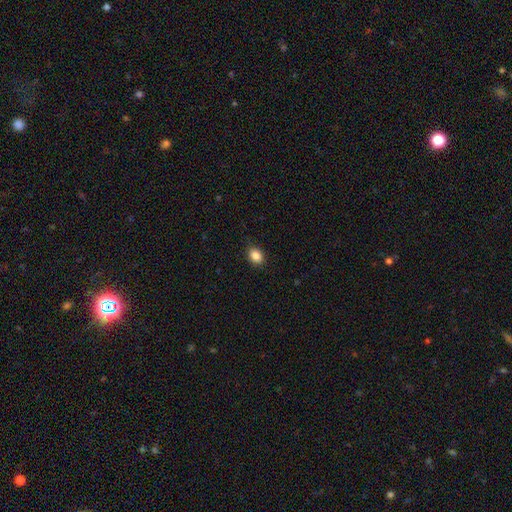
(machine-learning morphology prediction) The model was most divided on "how rounded": in between: 60%, round: 39%, cigar-shaped: 1%. More confident: merging — none (88%); smooth or featured — smooth (87%).